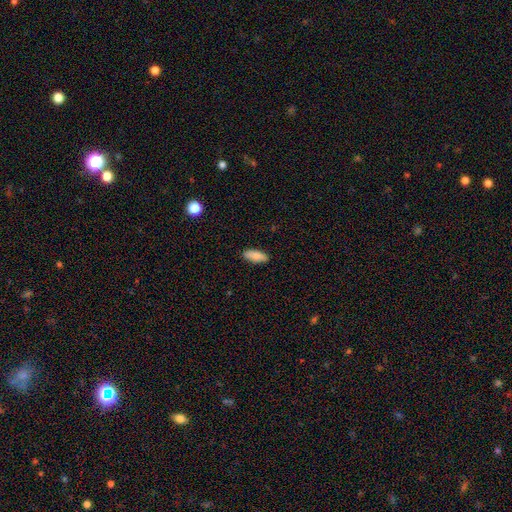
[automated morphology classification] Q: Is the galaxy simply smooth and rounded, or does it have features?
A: smooth — 82%.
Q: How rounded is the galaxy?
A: in between — 79%.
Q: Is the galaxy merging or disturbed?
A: none — 88%.